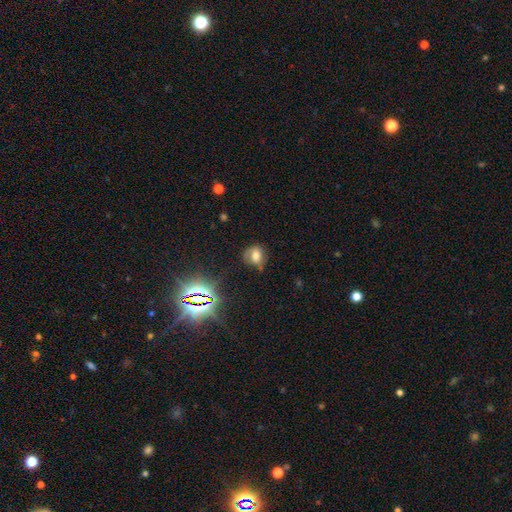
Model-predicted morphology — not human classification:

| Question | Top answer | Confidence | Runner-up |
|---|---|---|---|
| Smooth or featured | smooth | 63% | star or artifact (19%) |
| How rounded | round | 56% | in between (42%) |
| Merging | none | 53% | minor disturbance (31%) |